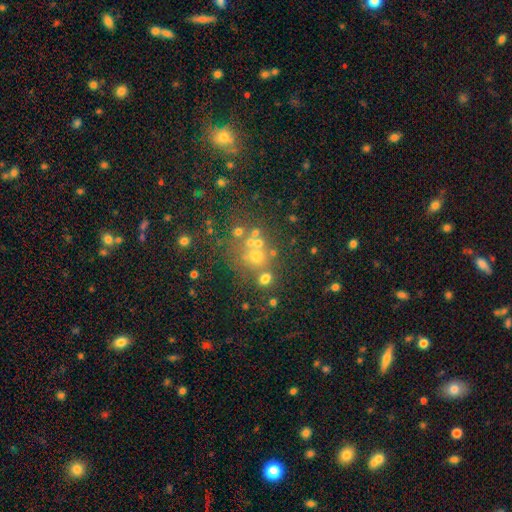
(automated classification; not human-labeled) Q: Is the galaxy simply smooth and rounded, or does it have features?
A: smooth — 45%.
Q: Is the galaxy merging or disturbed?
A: none — 58%.